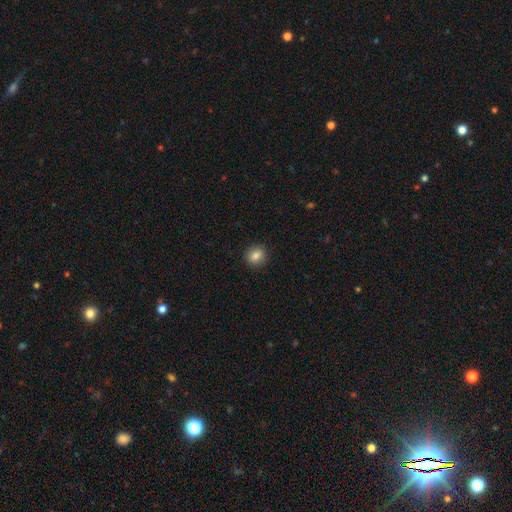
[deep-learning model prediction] smooth-or-featured: smooth: 83% | star or artifact: 10% | featured or disk: 7%
  how-rounded: round: 84% | in between: 15% | cigar-shaped: 1%
  merging: none: 91% | minor disturbance: 6% | major disturbance: 2% | merger: 1%